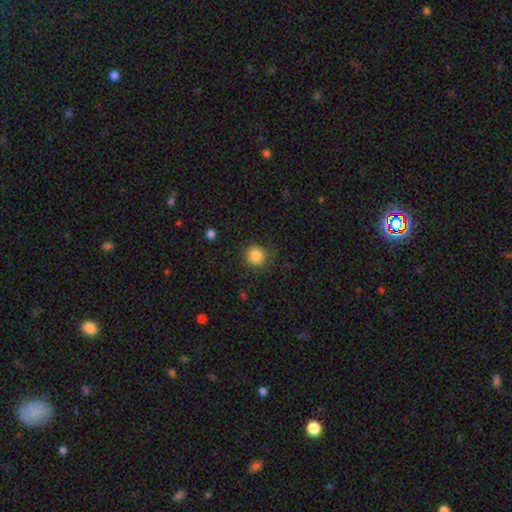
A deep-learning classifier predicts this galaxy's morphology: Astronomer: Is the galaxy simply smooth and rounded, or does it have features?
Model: smooth — 86%.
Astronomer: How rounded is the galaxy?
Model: round — 91%.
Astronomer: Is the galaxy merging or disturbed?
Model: none — 87%.